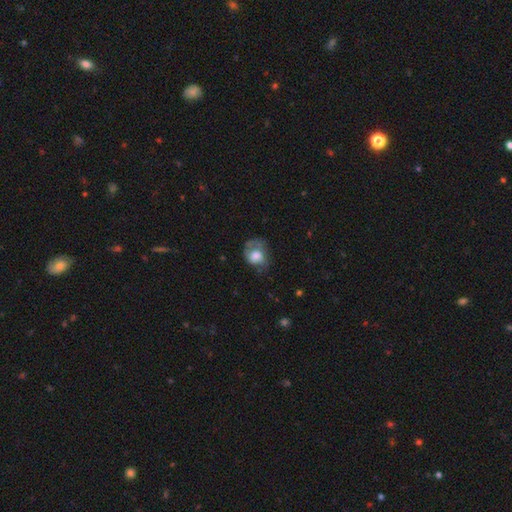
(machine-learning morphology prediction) smooth 54%, featured or disk 38%, star or artifact 8%. Down the decision tree: how rounded — round (56%); merging — major disturbance (36%).